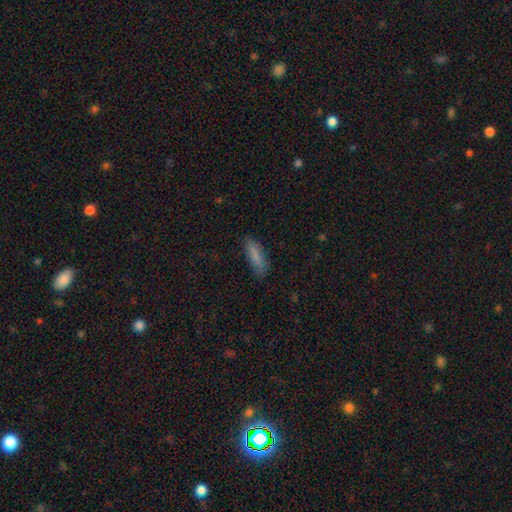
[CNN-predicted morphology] smooth_or_featured: smooth (p=0.82) [alt: featured or disk p=0.11]
how_rounded: cigar-shaped (p=0.61) [alt: in between p=0.37]
merging: none (p=0.77) [alt: minor disturbance p=0.17]